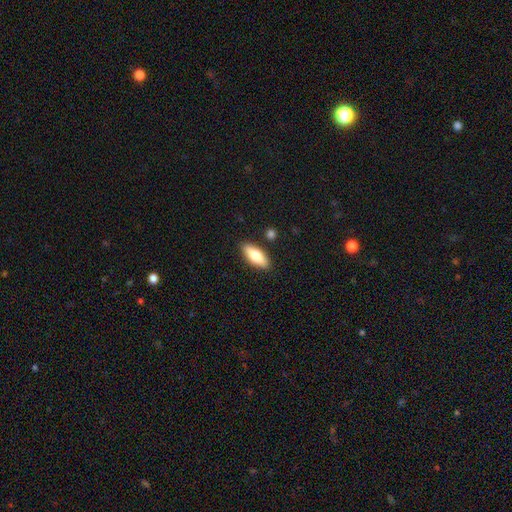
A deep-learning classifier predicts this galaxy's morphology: A smooth galaxy with no disk features (74%) that is in between round and cigar-shaped (70%).

Vote fractions:
- Smooth or featured? smooth: 74% / featured or disk: 20% / star or artifact: 6%
- How rounded? in between: 70% / cigar-shaped: 27% / round: 2%
- Merging? none: 86% / minor disturbance: 9% / merger: 3% / major disturbance: 2%